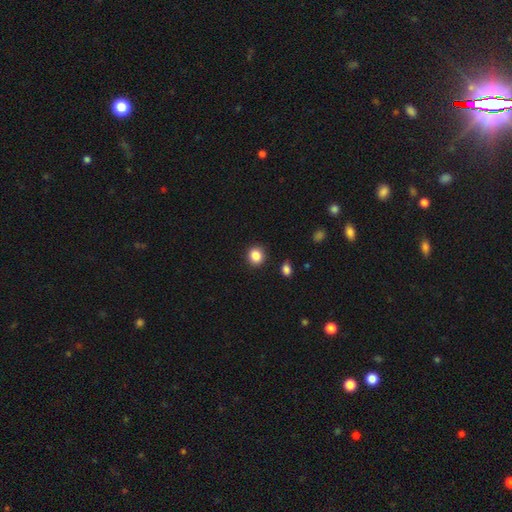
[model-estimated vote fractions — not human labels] A smooth galaxy with no disk features (86%) that is round (87%).

Vote fractions:
- Smooth or featured? smooth: 86% / star or artifact: 10% / featured or disk: 4%
- How rounded? round: 87% / in between: 13% / cigar-shaped: 1%
- Merging? none: 90% / minor disturbance: 6% / major disturbance: 2% / merger: 2%